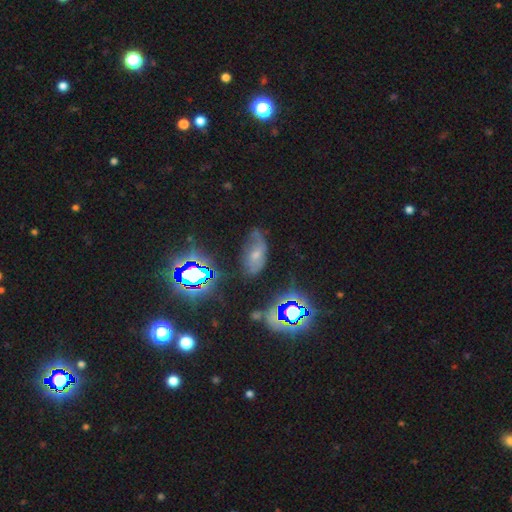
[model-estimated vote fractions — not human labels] Morphology: type=smooth (38%); merging=none (49%).